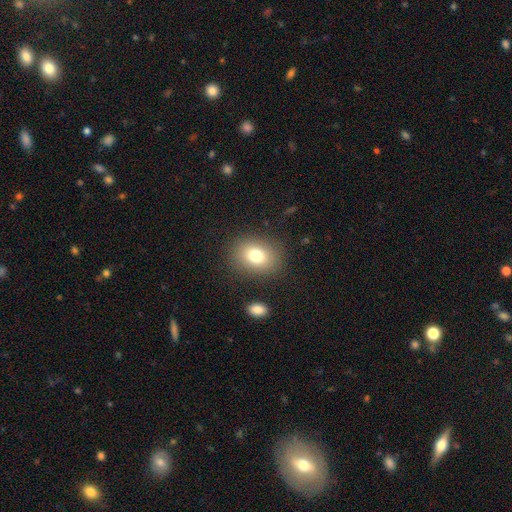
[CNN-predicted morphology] Smooth or featured? smooth (78%)
How rounded? in between (55%)
Merging? none (85%)